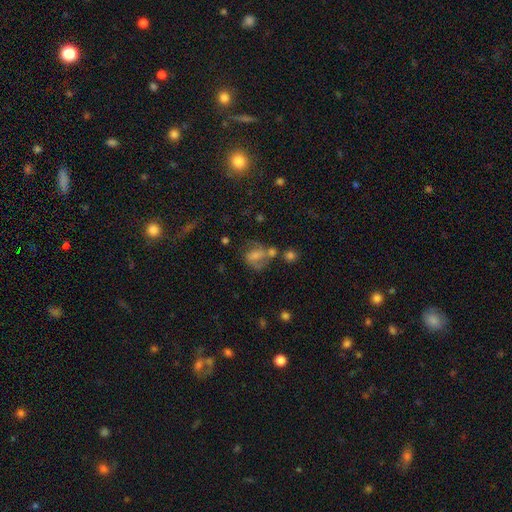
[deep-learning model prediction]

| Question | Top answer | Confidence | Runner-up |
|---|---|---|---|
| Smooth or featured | featured or disk | 52% | smooth (36%) |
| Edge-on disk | no | 97% | yes (3%) |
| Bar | no | 43% | weak (42%) |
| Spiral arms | yes | 79% | no (21%) |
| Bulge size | moderate | 42% | small (36%) |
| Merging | none | 42% | merger (21%) |